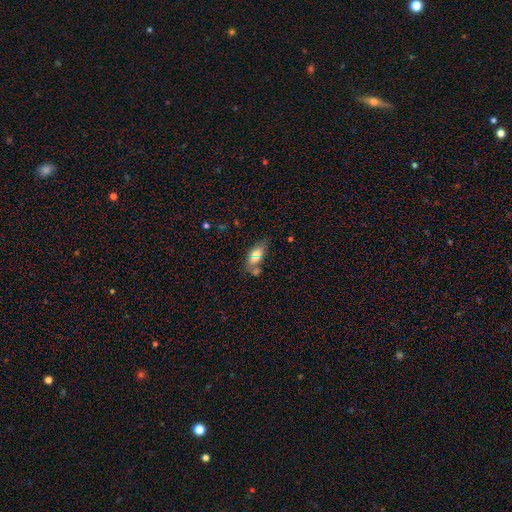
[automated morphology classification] Smooth or featured: smooth — 72% (featured or disk — 20%)
How rounded: in between — 82% (cigar-shaped — 14%)
Merging: none — 48% (merger — 26%)